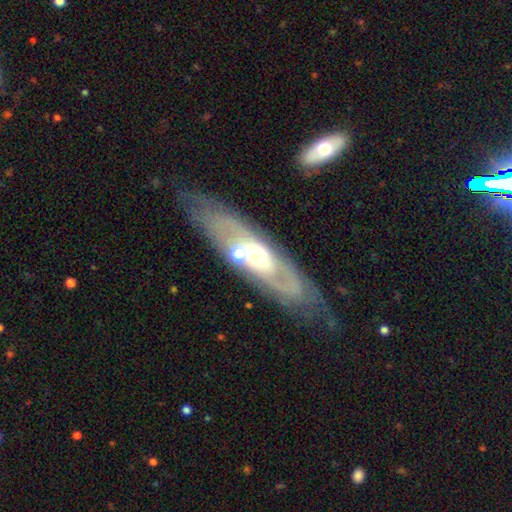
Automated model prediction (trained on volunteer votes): The model was most divided on "smooth or featured": featured or disk: 66%, smooth: 27%, star or artifact: 7%. More confident: edge-on disk — no (70%); merging — none (69%).